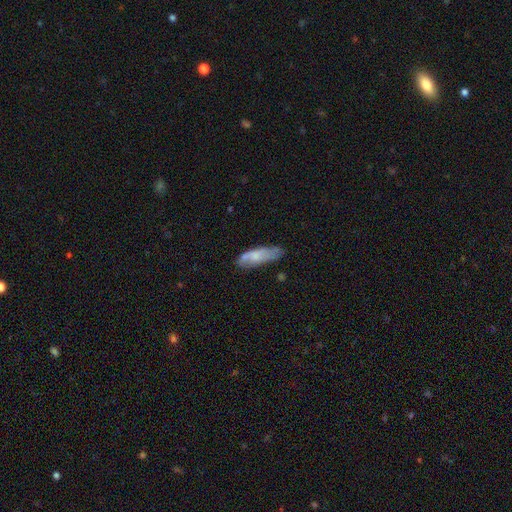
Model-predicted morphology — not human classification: The model was most divided on "how rounded" (2-way tie): cigar-shaped: 49%, in between: 49%, round: 2%. More confident: smooth or featured — smooth (67%); merging — none (54%).